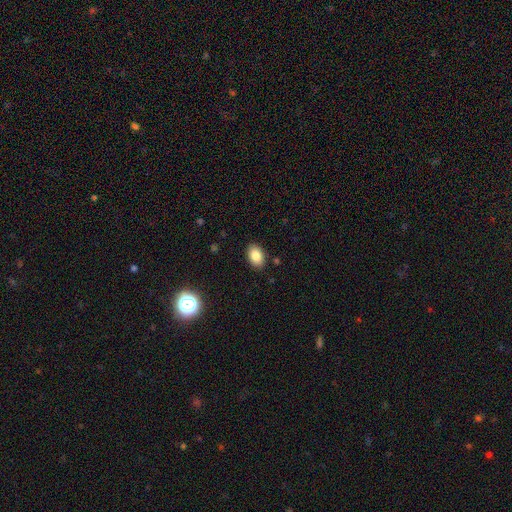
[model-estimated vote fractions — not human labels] This is clearly a smooth galaxy (85%). How rounded: clearly in between (87%). Merging: clearly none (87%).